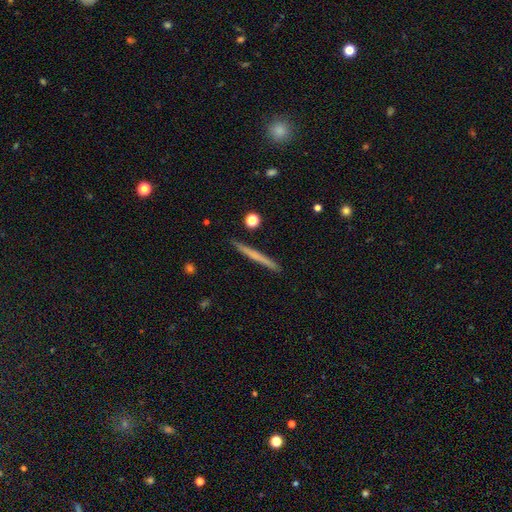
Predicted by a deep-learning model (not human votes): Morphology: type=smooth (52%); roundness=cigar-shaped (97%); merging=none (91%).